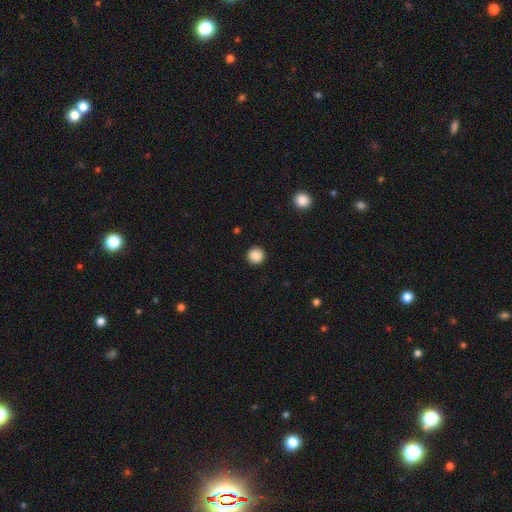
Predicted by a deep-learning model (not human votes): A smooth galaxy with no disk features (88%) that is round (95%).

Vote fractions:
- Smooth or featured? smooth: 88% / star or artifact: 9% / featured or disk: 2%
- How rounded? round: 95% / in between: 4% / cigar-shaped: 1%
- Merging? none: 92% / minor disturbance: 5% / major disturbance: 2% / merger: 1%